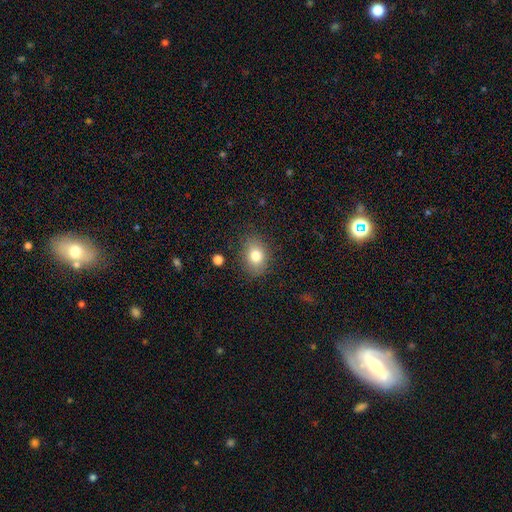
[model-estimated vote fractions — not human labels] A smooth galaxy with no disk features (80%) that is in between round and cigar-shaped (68%).

Vote fractions:
- Smooth or featured? smooth: 80% / featured or disk: 11% / star or artifact: 10%
- How rounded? in between: 68% / round: 31% / cigar-shaped: 1%
- Merging? none: 83% / minor disturbance: 12% / major disturbance: 3% / merger: 1%